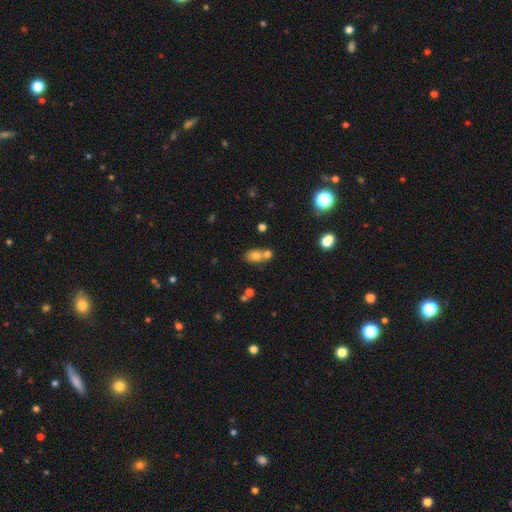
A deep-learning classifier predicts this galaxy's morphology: Smooth or featured? Predicted: smooth (p=0.73). How rounded? Predicted: in between (p=0.66). Merging? Predicted: merger (p=0.50).